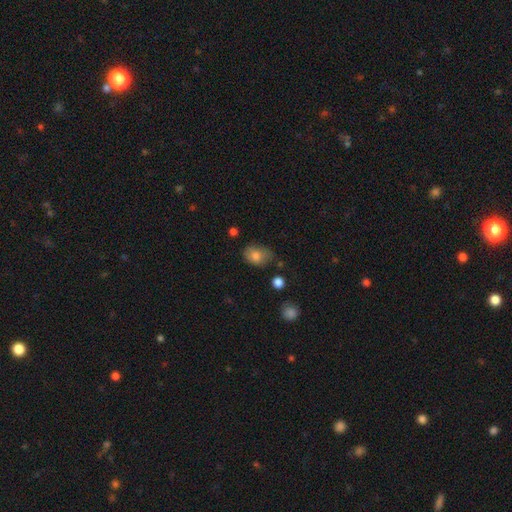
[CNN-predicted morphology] smooth_or_featured: smooth (p=0.80) [alt: featured or disk p=0.11]
how_rounded: in between (p=0.75) [alt: round p=0.24]
merging: none (p=0.58) [alt: minor disturbance p=0.30]